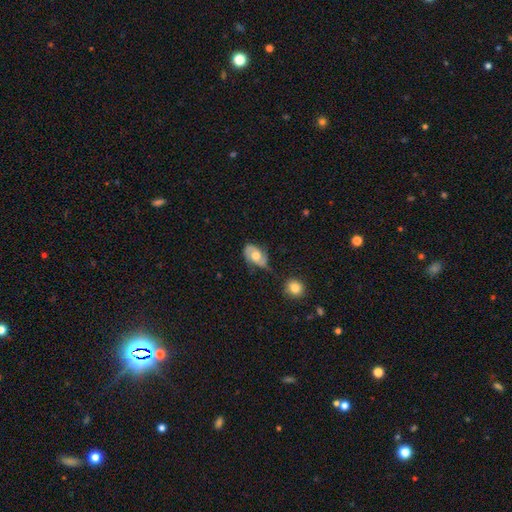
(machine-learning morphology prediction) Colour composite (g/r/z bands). It shows a featured or disk galaxy (69%) with no bar (67%), 2 (84%) medium (47%) spiral arms (88%) and a moderate central bulge (60%). Merging: none (54%).